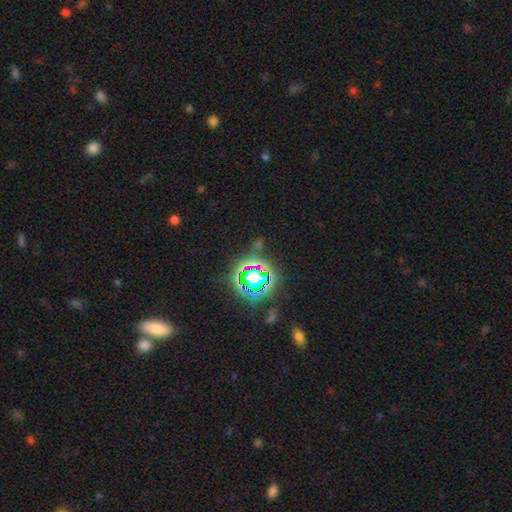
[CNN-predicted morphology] Smooth or featured? star or artifact (78%)